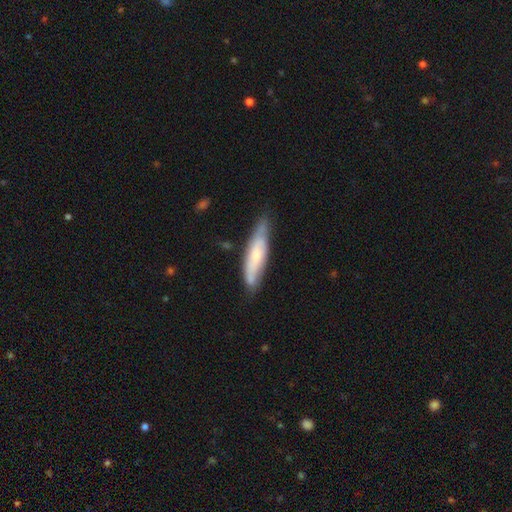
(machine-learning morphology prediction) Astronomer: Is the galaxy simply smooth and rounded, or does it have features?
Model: featured or disk — 47%, tied with smooth at 47%.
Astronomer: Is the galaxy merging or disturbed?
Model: none — 72%.